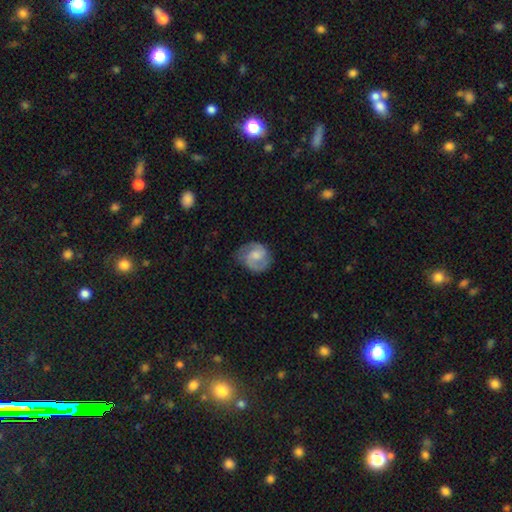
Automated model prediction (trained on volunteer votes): Smooth or featured?
  - featured or disk: 71% *
  - smooth: 23%
  - star or artifact: 6%
Edge-on disk?
  - no: 98% *
  - yes: 2%
Bar?
  - no: 48% *
  - weak: 44%
  - strong: 8%
Spiral arms?
  - yes: 93% *
  - no: 7%
Spiral winding?
  - medium: 50% *
  - tight: 34%
  - loose: 16%
Spiral arm count?
  - 2: 85% *
  - can't tell: 7%
  - 1: 4%
  - 3: 2%
  - 4: 1%
  - more than 4: 1%
Bulge size?
  - moderate: 44% *
  - small: 29%
  - none: 15%
  - large: 10%
  - dominant: 1%
Merging?
  - none: 71% *
  - minor disturbance: 21%
  - major disturbance: 7%
  - merger: 1%